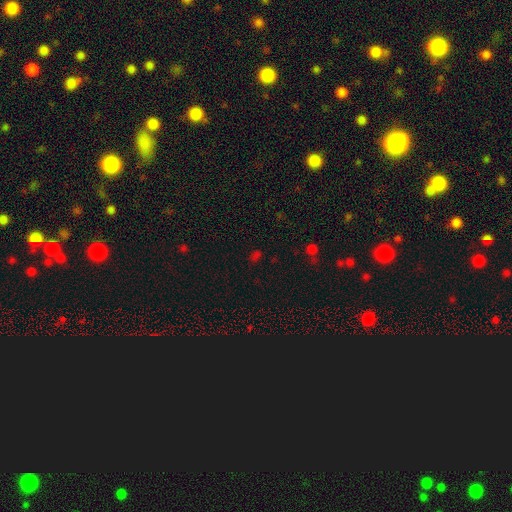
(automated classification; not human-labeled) Q: Smooth or featured?
A: star or artifact (48%); runner-up: smooth (46%)